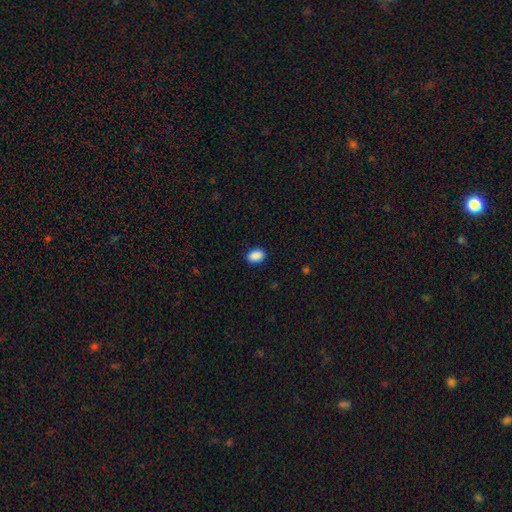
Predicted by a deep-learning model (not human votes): This is clearly a smooth galaxy (90%). How rounded: clearly in between (85%). Merging: clearly none (88%).